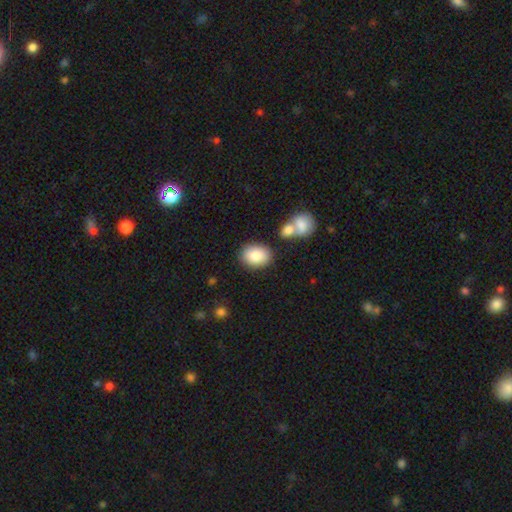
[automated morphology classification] Smooth or featured? smooth (85%)
How rounded? in between (71%)
Merging? none (77%)